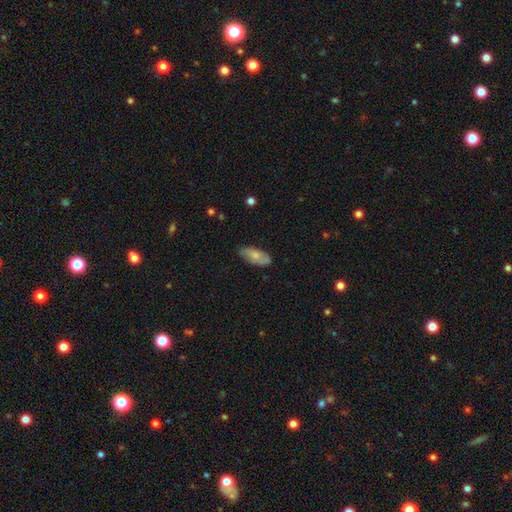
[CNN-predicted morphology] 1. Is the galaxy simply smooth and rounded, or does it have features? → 72% smooth, 22% featured or disk, 6% star or artifact.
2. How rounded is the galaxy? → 86% in between, 12% cigar-shaped, 2% round.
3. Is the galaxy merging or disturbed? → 71% none, 23% minor disturbance, 4% major disturbance, 2% merger.